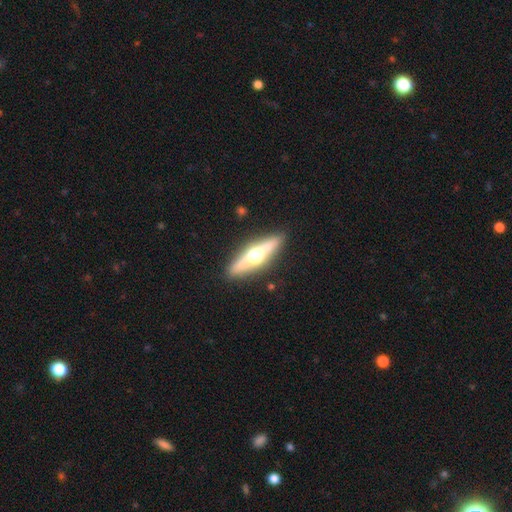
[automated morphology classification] featured or disk 65%, smooth 29%, star or artifact 6%. Down the decision tree: edge-on disk — yes (93%); edge-on bulge — rounded (96%); merging — none (89%).